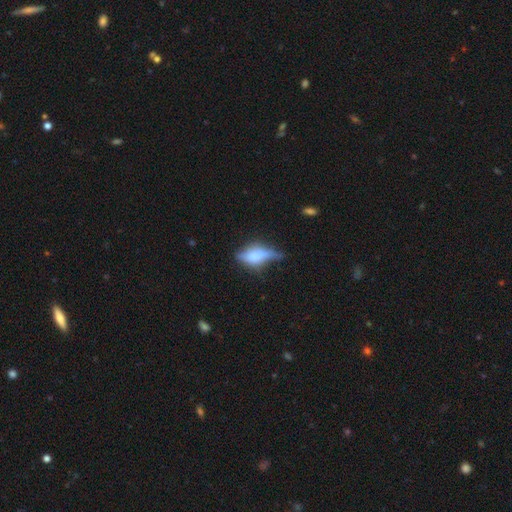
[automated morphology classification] A smooth galaxy with no disk features (47%). Merging: none (36%).